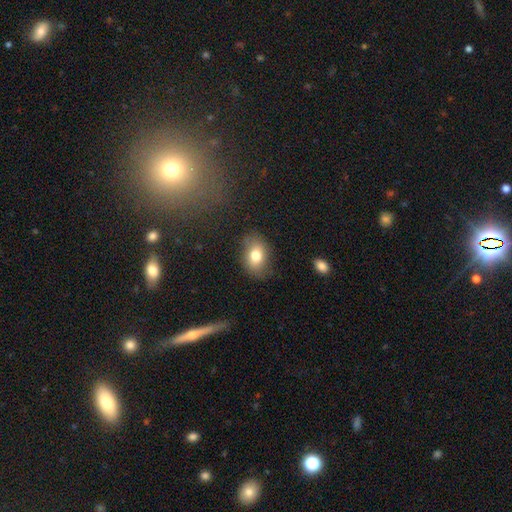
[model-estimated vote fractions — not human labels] Overall: smooth (78%). How rounded: in between (77%). Merging: none (77%).